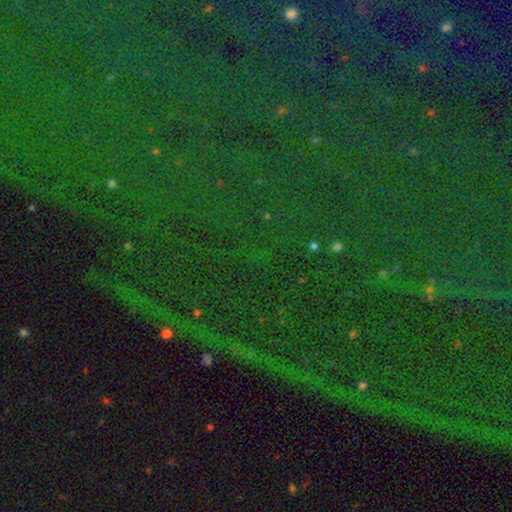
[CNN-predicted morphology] smooth_or_featured: star or artifact (p=0.83) [alt: smooth p=0.10]